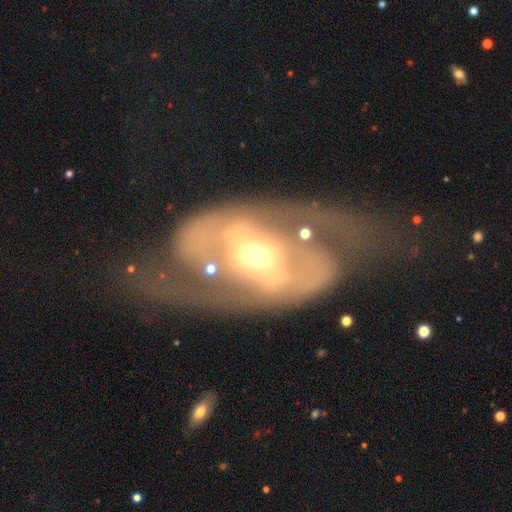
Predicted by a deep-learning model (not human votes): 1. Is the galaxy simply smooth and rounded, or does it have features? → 86% featured or disk, 9% smooth, 5% star or artifact.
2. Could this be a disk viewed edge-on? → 95% no, 5% yes.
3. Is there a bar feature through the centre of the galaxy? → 48% strong, 33% weak, 19% no.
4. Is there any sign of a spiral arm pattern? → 85% yes, 15% no.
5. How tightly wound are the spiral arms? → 43% medium, 40% loose, 17% tight.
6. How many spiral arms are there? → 91% 2, 4% can't tell, 2% 1, 1% 3, 1% 4, 1% more than 4.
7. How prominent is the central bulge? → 66% moderate, 21% small, 10% large, 2% dominant, 1% none.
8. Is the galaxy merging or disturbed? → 65% none, 17% major disturbance, 15% minor disturbance, 3% merger.